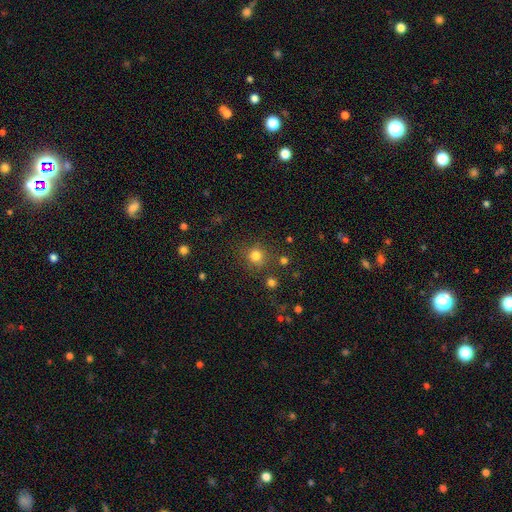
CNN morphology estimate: Smooth or featured?
  - smooth: 79% *
  - star or artifact: 15%
  - featured or disk: 6%
How rounded?
  - round: 91% *
  - in between: 8%
  - cigar-shaped: 1%
Merging?
  - none: 78% *
  - minor disturbance: 11%
  - merger: 6%
  - major disturbance: 4%